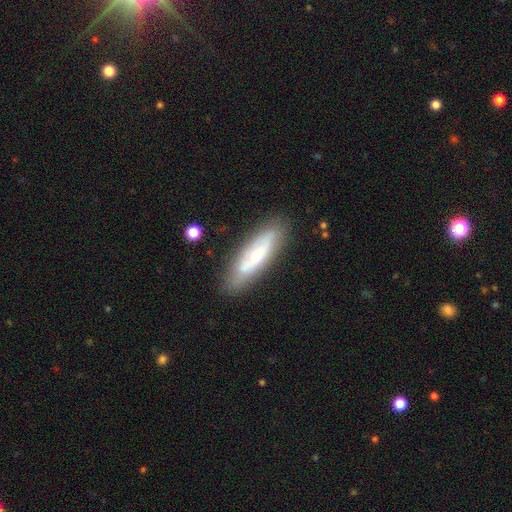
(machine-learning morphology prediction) Smooth or featured? Predicted: smooth (p=0.47). Merging? Predicted: none (p=0.77).